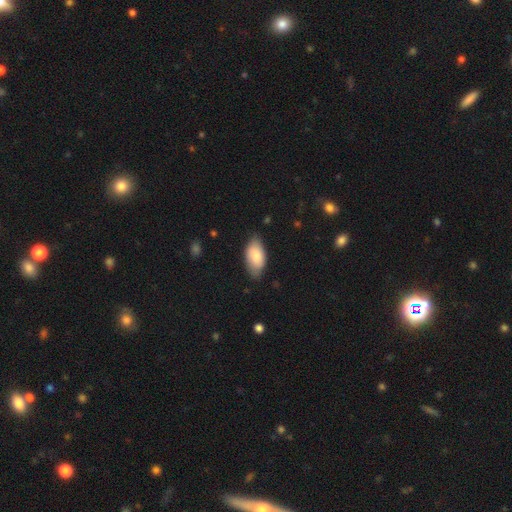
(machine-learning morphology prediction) type=smooth (80%); roundness=in between (94%); merging=none (72%).